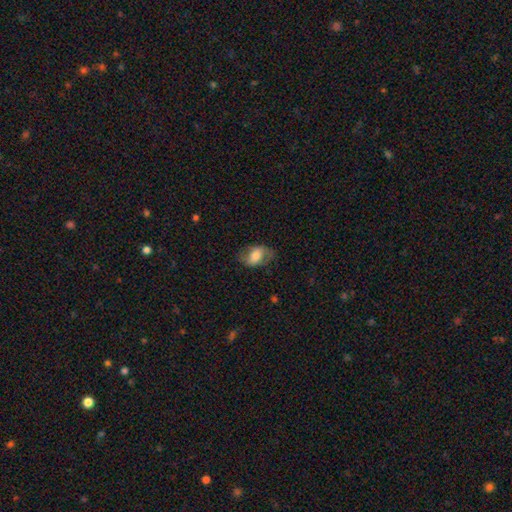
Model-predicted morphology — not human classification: This is possibly a smooth galaxy (58%). How rounded: clearly in between (84%). Merging: likely none (68%).